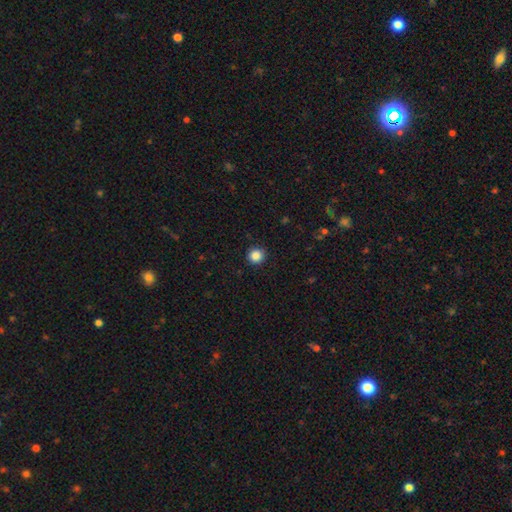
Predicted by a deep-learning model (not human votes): Overall: smooth (86%). How rounded: round (94%). Merging: none (92%).